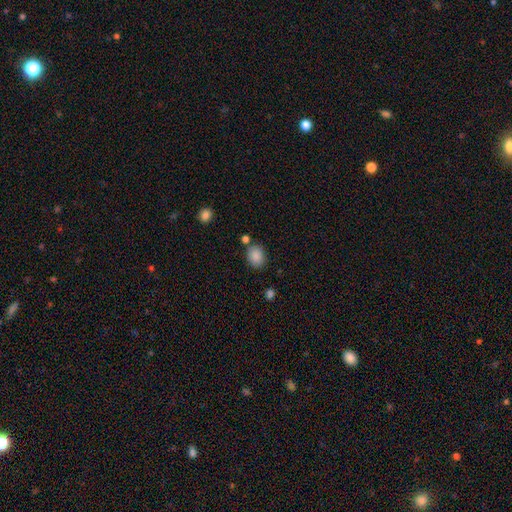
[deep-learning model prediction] This appears to be a smooth galaxy with no disk features (87%) that is in between round and cigar-shaped (51%). Merging: none (75%).